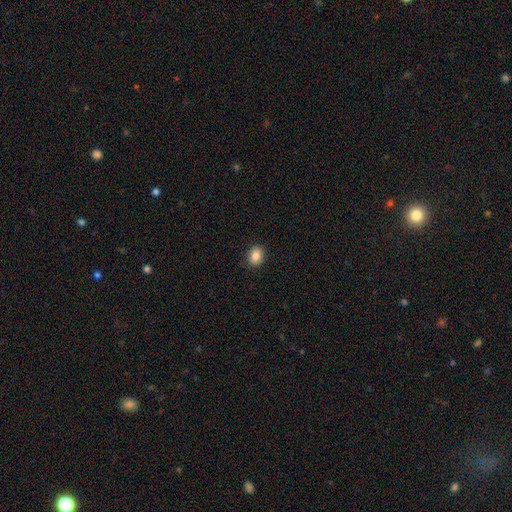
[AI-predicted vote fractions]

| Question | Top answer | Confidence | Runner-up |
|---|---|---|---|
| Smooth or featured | smooth | 85% | star or artifact (9%) |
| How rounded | in between | 53% | round (46%) |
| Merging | none | 90% | minor disturbance (7%) |